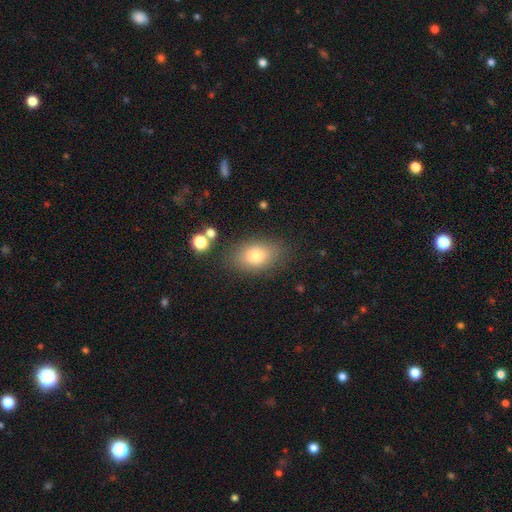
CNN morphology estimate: This appears to be a smooth galaxy with no disk features (79%) that is in between round and cigar-shaped (86%). Merging: none (80%).